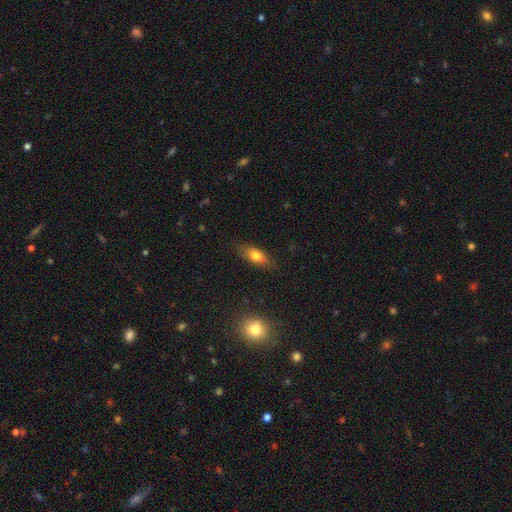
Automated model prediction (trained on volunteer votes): A smooth galaxy with no disk features (73%) that is in between round and cigar-shaped (75%).

Vote fractions:
- Smooth or featured? smooth: 73% / featured or disk: 19% / star or artifact: 9%
- How rounded? in between: 75% / cigar-shaped: 19% / round: 6%
- Merging? none: 83% / minor disturbance: 13% / major disturbance: 3% / merger: 1%